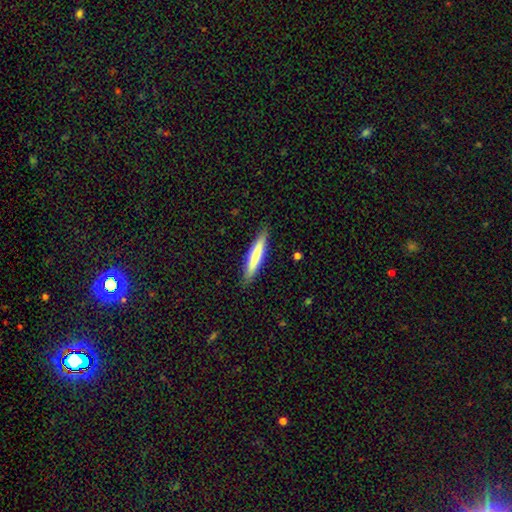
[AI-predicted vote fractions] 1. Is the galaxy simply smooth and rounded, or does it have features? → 72% smooth, 23% featured or disk, 5% star or artifact.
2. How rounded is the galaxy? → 91% cigar-shaped, 8% in between, 1% round.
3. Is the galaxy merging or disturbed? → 88% none, 9% minor disturbance, 2% major disturbance, 1% merger.